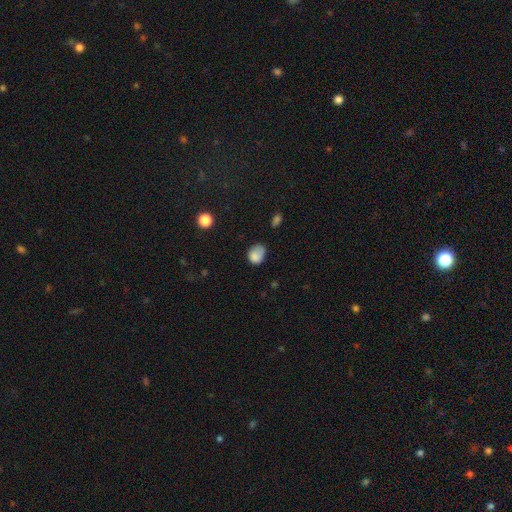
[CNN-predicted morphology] The model was most divided on "how rounded": in between: 50%, round: 49%, cigar-shaped: 1%. Remaining: smooth or featured — smooth (81%); merging — none (45%).